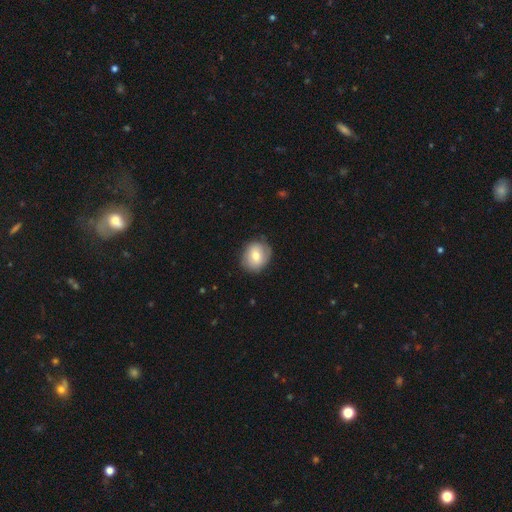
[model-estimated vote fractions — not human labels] Smooth or featured? smooth (69%)
How rounded? round (70%)
Merging? none (80%)